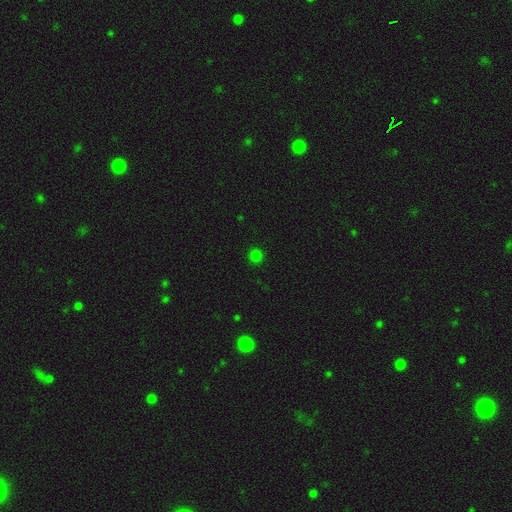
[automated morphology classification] A smooth galaxy with no disk features (79%) that is round (94%). Merging: none (92%).